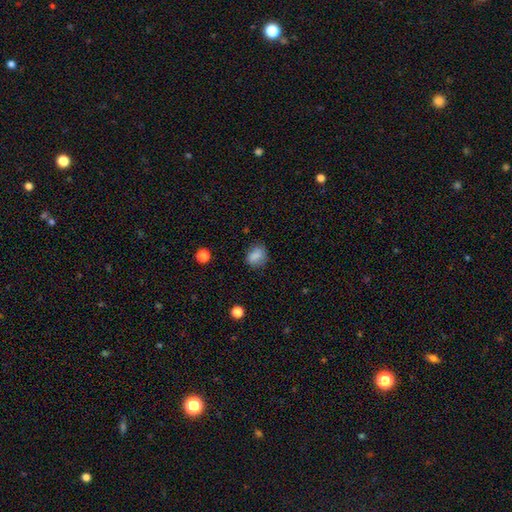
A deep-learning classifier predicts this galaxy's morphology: type=smooth (83%); roundness=round (54%); merging=none (74%).